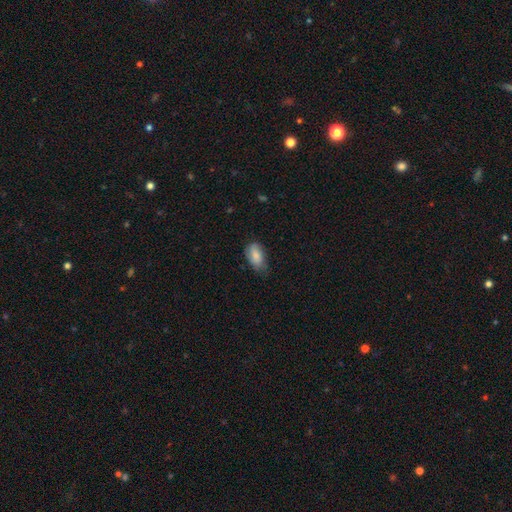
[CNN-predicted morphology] This appears to be a smooth galaxy with no disk features (81%) that is in between round and cigar-shaped (92%). Merging: none (54%).